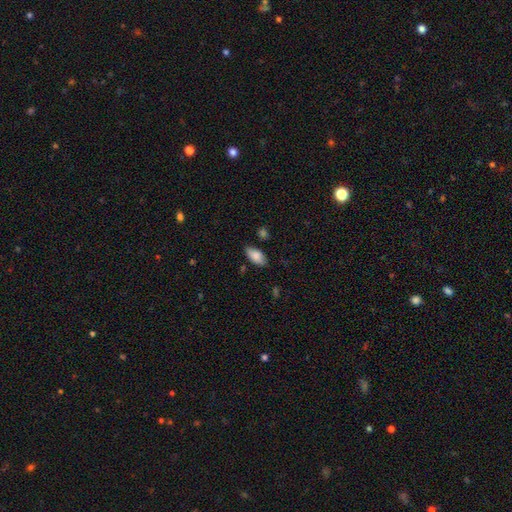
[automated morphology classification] This is clearly a smooth galaxy (84%). How rounded: clearly in between (91%). Merging: likely none (79%).